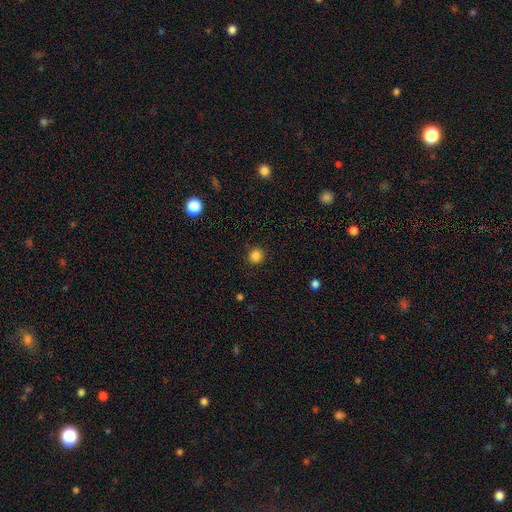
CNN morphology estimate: smooth 85%, star or artifact 12%, featured or disk 3%. Down the decision tree: how rounded — round (93%); merging — none (91%).